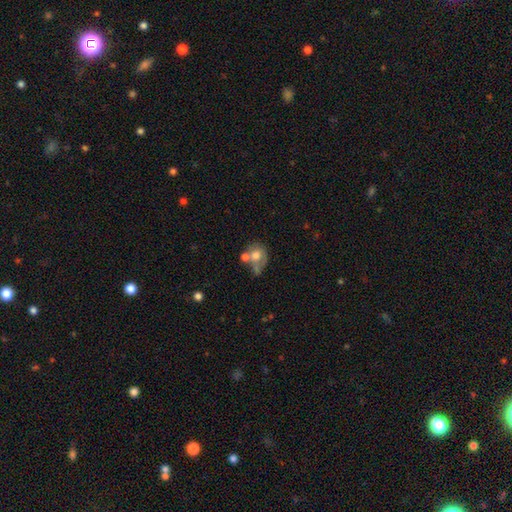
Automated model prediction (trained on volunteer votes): smooth_or_featured: smooth (p=0.62) [alt: featured or disk p=0.29]
how_rounded: round (p=0.63) [alt: in between p=0.36]
merging: merger (p=0.41) [alt: none p=0.30]